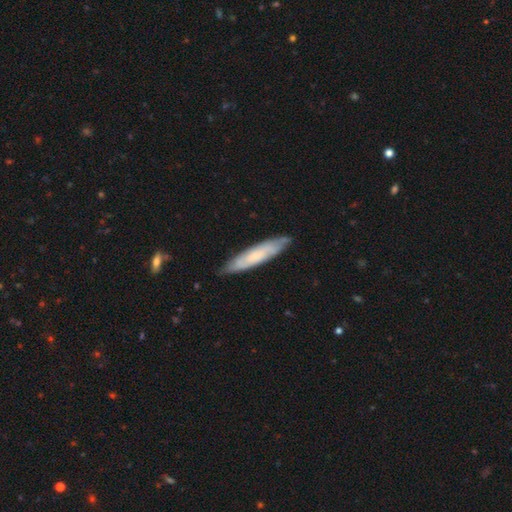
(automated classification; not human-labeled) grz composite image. It shows a smooth galaxy with no disk features (49%). Merging: none (80%).